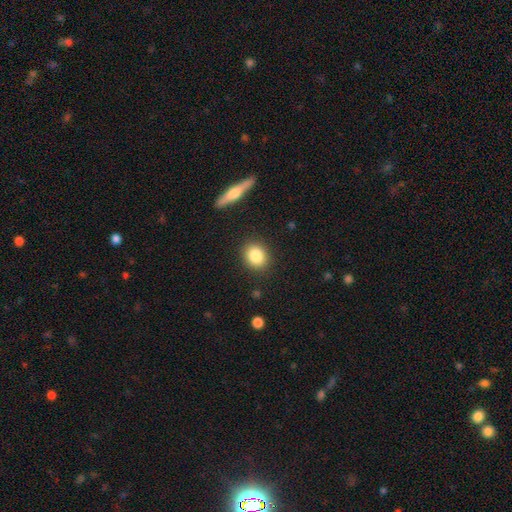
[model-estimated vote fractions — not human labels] Smooth or featured: smooth — 85% (star or artifact — 8%)
How rounded: round — 60% (in between — 38%)
Merging: none — 88% (minor disturbance — 8%)